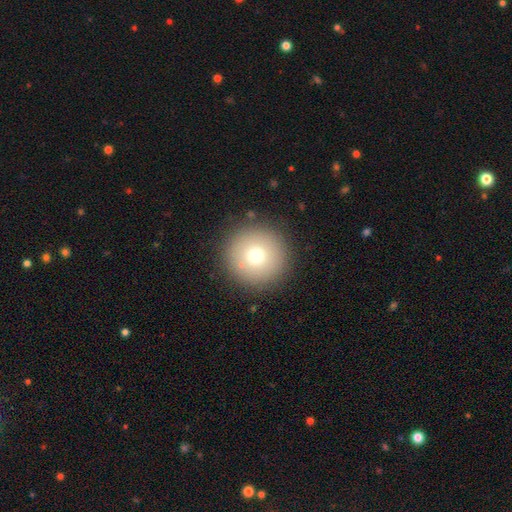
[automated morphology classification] Smooth or featured: smooth — 72% (featured or disk — 15%)
How rounded: round — 96% (in between — 3%)
Merging: none — 89% (minor disturbance — 6%)